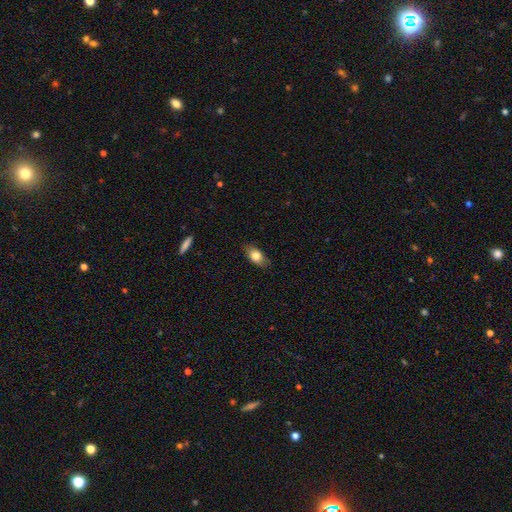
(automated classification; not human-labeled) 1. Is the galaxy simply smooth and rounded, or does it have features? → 77% smooth, 16% featured or disk, 7% star or artifact.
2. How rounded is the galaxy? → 85% in between, 8% round, 7% cigar-shaped.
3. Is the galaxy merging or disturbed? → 81% none, 15% minor disturbance, 3% major disturbance, 1% merger.